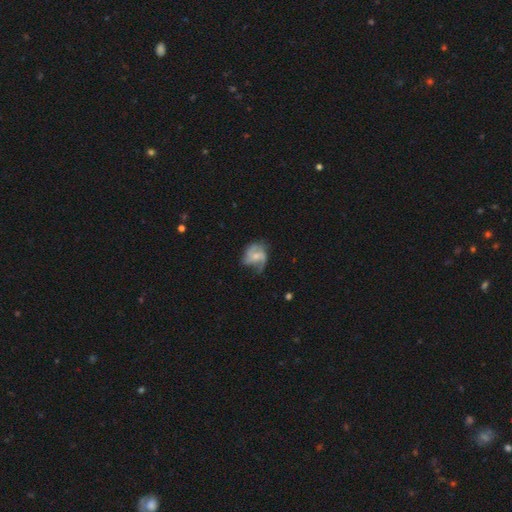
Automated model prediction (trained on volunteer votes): The model was most divided on "spiral winding": medium: 43%, loose: 39%, tight: 18%. Remaining: edge-on disk — no (98%); spiral arms — yes (84%); smooth or featured — featured or disk (67%); bar — no (57%); bulge size — small (53%); spiral arm count — 2 (46%); merging — none (45%).